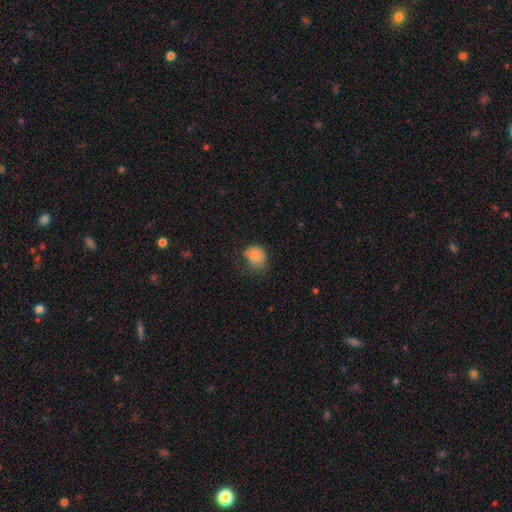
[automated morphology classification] Smooth or featured?
  - smooth: 80% *
  - star or artifact: 10%
  - featured or disk: 10%
How rounded?
  - round: 66% *
  - in between: 33%
  - cigar-shaped: 1%
Merging?
  - none: 51% *
  - minor disturbance: 33%
  - major disturbance: 14%
  - merger: 2%